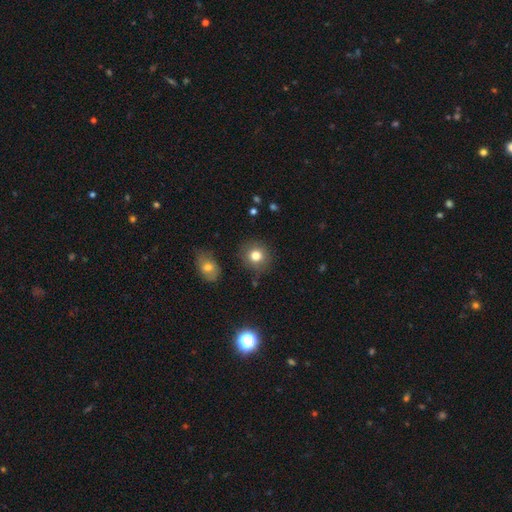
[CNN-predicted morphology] type=smooth (80%); roundness=round (88%); merging=none (85%).